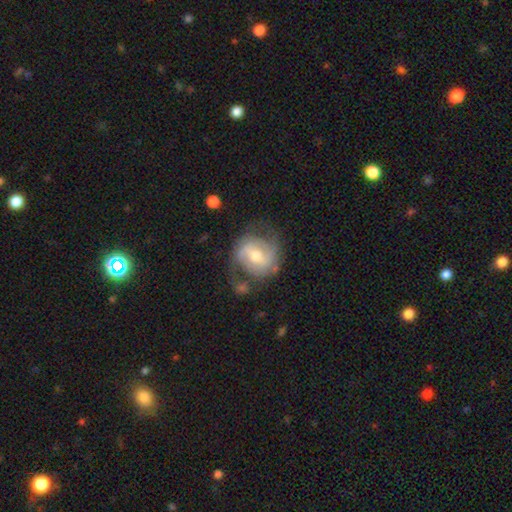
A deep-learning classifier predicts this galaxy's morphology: smooth_or_featured: featured or disk (p=0.68) [alt: smooth p=0.25]
disk_edge_on: no (p=0.97) [alt: yes p=0.03]
bar: weak (p=0.48) [alt: no p=0.29]
has_spiral_arms: yes (p=0.84) [alt: no p=0.16]
spiral_winding: medium (p=0.45) [alt: tight p=0.28]
spiral_arm_count: 2 (p=0.77) [alt: can't tell p=0.13]
bulge_size: moderate (p=0.62) [alt: small p=0.31]
merging: none (p=0.58) [alt: minor disturbance p=0.23]